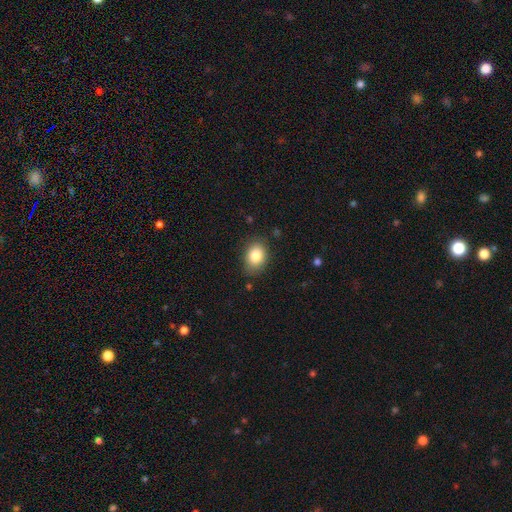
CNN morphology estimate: Smooth or featured? Predicted: smooth (p=0.84). How rounded? Predicted: in between (p=0.70). Merging? Predicted: none (p=0.81).